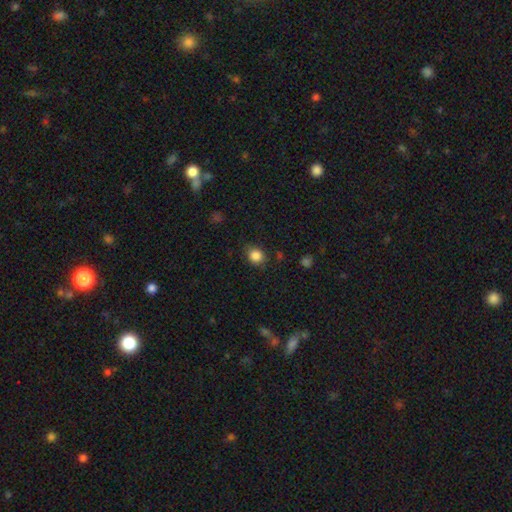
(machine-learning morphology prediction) Smooth or featured? smooth (86%)
How rounded? round (74%)
Merging? none (79%)